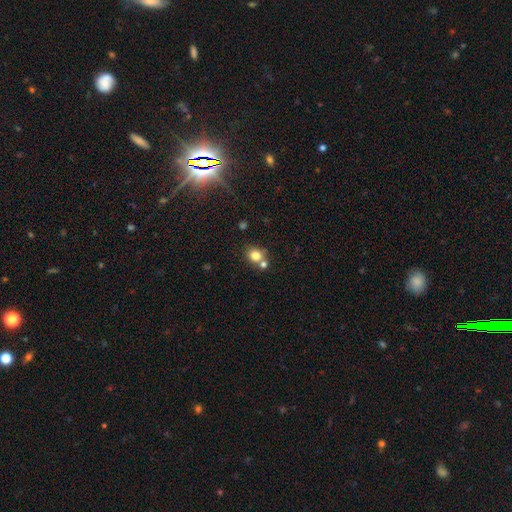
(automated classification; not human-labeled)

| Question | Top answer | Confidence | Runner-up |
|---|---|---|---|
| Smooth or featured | smooth | 79% | star or artifact (12%) |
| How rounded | round | 69% | in between (30%) |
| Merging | none | 57% | merger (30%) |